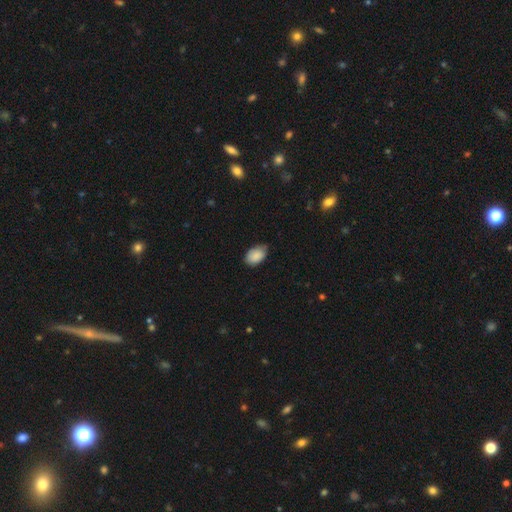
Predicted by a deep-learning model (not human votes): Smooth or featured?
  - smooth: 88% *
  - star or artifact: 7%
  - featured or disk: 5%
How rounded?
  - in between: 89% *
  - round: 10%
  - cigar-shaped: 1%
Merging?
  - none: 68% *
  - minor disturbance: 27%
  - major disturbance: 3%
  - merger: 1%